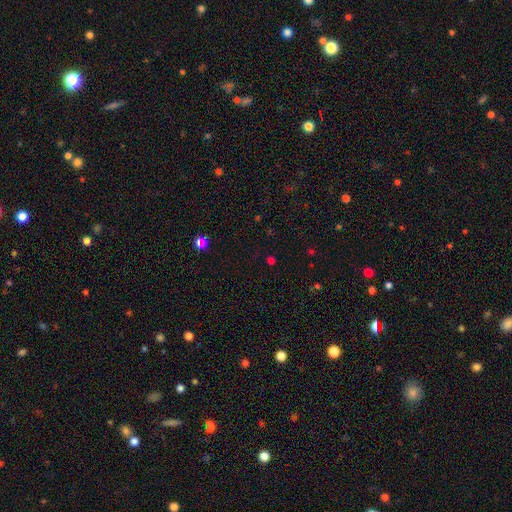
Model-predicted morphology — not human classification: A star or artifact, not a galaxy (56%).

Vote fractions:
- Smooth or featured? star or artifact: 56% / smooth: 37% / featured or disk: 7%